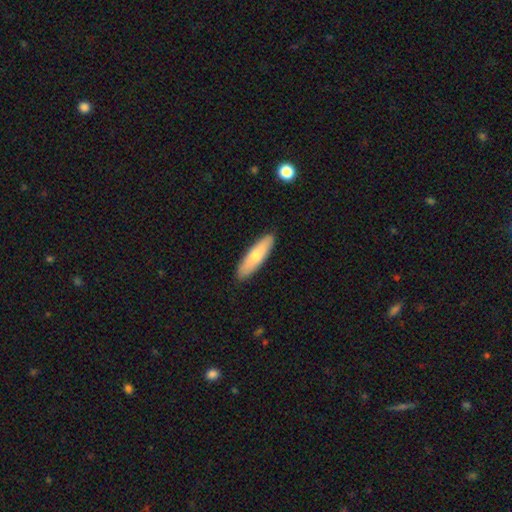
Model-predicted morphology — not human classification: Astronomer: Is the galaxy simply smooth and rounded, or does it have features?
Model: smooth — 65%.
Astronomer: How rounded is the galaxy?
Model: cigar-shaped — 69%.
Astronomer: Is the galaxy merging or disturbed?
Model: none — 90%.